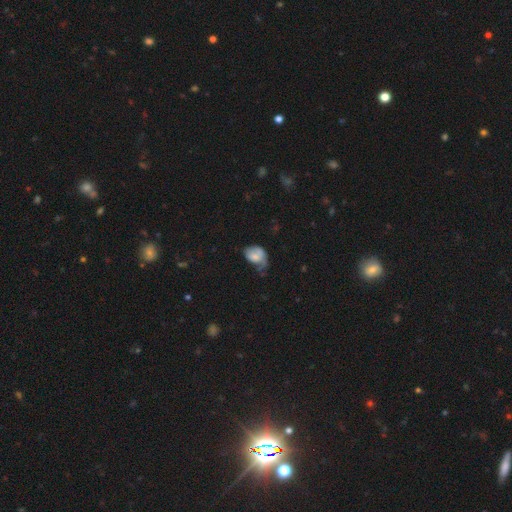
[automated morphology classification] smooth_or_featured: smooth (p=0.67) [alt: featured or disk p=0.24]
how_rounded: in between (p=0.71) [alt: round p=0.27]
merging: minor disturbance (p=0.37) [alt: major disturbance p=0.33]